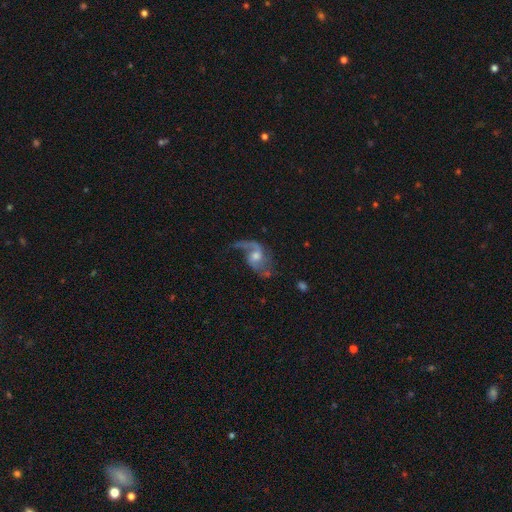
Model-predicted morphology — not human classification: smooth-or-featured: featured or disk: 84% | smooth: 10% | star or artifact: 6%
  disk-edge-on: no: 97% | yes: 3%
    bar: no: 58% | weak: 35% | strong: 7%
    has-spiral-arms: yes: 95% | no: 5%
      spiral-winding: loose: 68% | medium: 26% | tight: 6%
      spiral-arm-count: 2: 76% | 1: 18% | can't tell: 3% | 3: 1% | 4: 1% | more than 4: 1%
    bulge-size: moderate: 61% | small: 24% | large: 10% | none: 4% | dominant: 1%
  merging: none: 49% | major disturbance: 26% | minor disturbance: 21% | merger: 4%